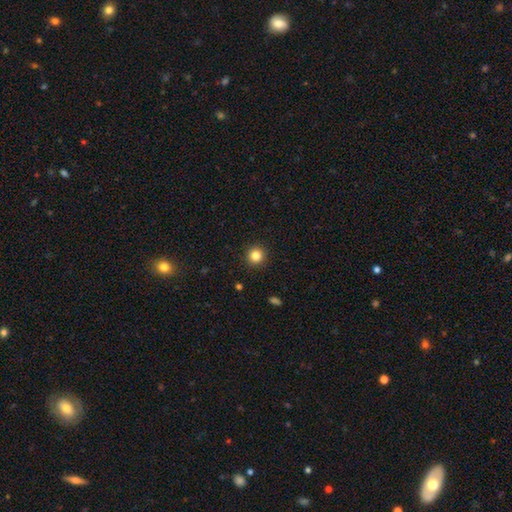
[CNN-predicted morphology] A smooth galaxy with no disk features (84%) that is round (95%).

Vote fractions:
- Smooth or featured? smooth: 84% / star or artifact: 11% / featured or disk: 5%
- How rounded? round: 95% / in between: 4% / cigar-shaped: 1%
- Merging? none: 93% / minor disturbance: 5% / major disturbance: 2% / merger: 1%